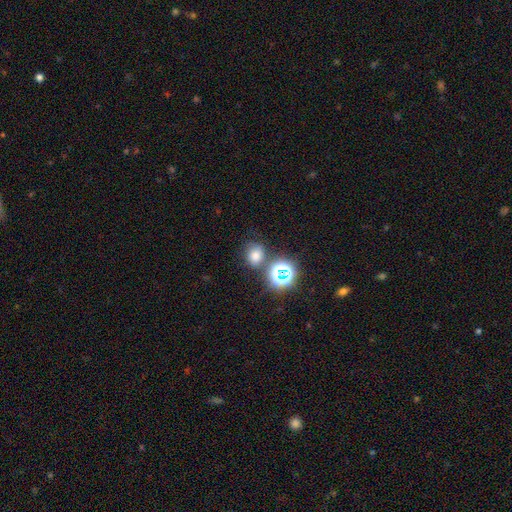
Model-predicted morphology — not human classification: Smooth or featured? smooth (64%)
How rounded? round (64%)
Merging? none (62%)